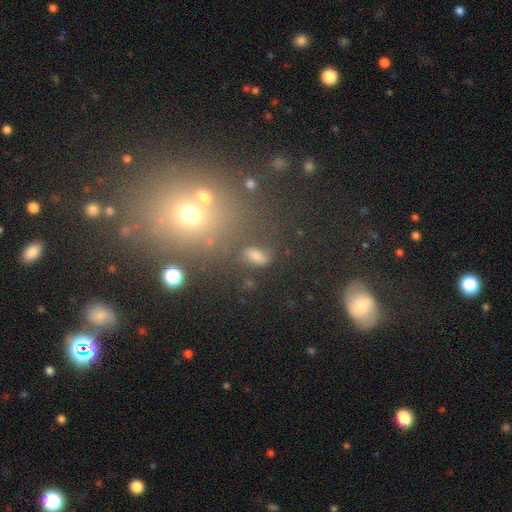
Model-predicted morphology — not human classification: smooth 53%, star or artifact 33%, featured or disk 15%. Down the decision tree: how rounded — in between (51%); merging — none (65%).